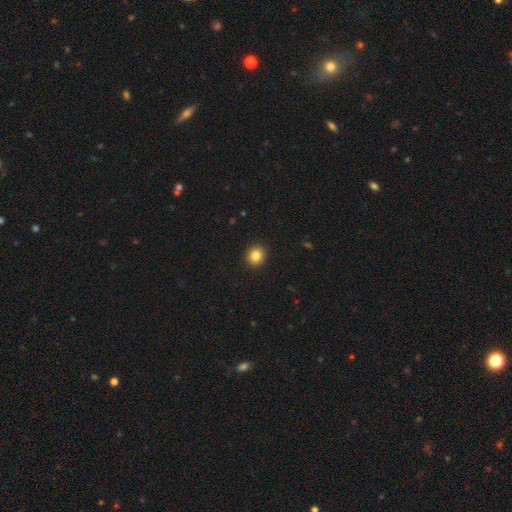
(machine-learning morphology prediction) type=smooth (84%); roundness=round (86%); merging=none (93%).